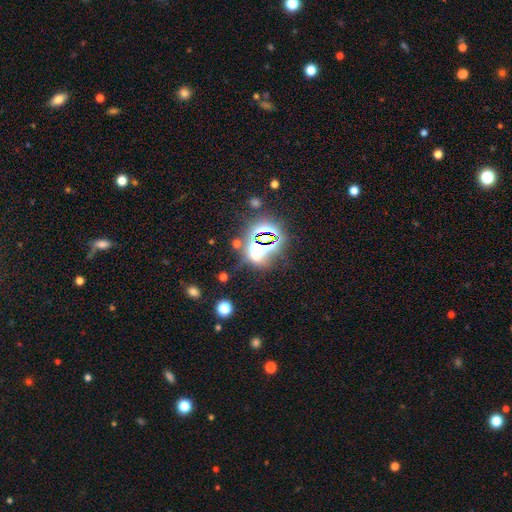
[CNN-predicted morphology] This appears to be a star or artifact, not a galaxy (73%).